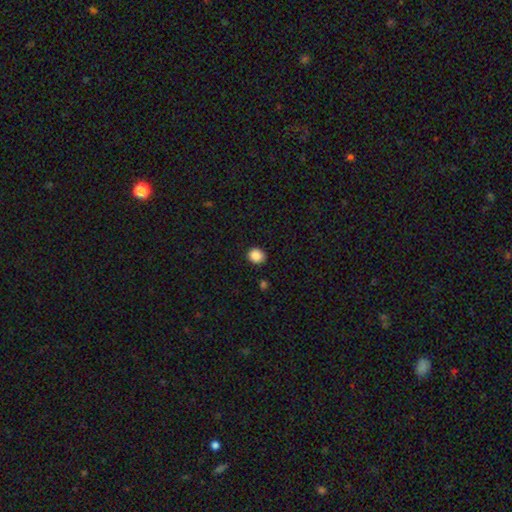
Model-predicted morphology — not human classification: This is clearly a smooth galaxy (88%). How rounded: likely round (73%). Merging: clearly none (89%).